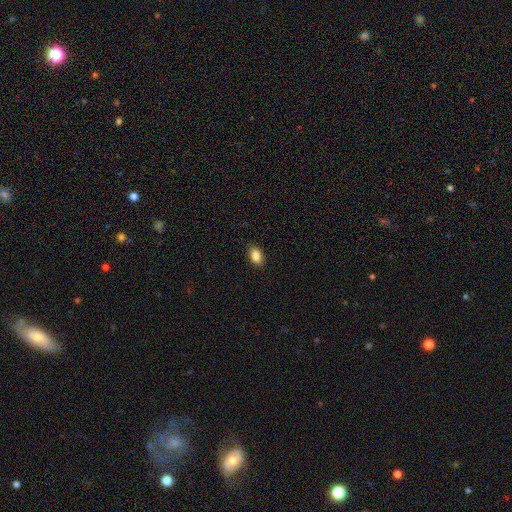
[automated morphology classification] smooth-or-featured: smooth: 87% | star or artifact: 8% | featured or disk: 5%
  how-rounded: in between: 88% | round: 11% | cigar-shaped: 2%
  merging: none: 87% | minor disturbance: 10% | major disturbance: 2% | merger: 1%